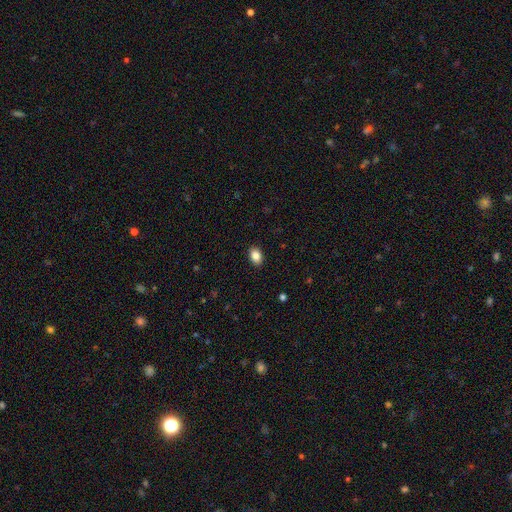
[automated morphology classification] smooth 86%, star or artifact 9%, featured or disk 5%. Down the decision tree: how rounded — in between (80%); merging — none (90%).